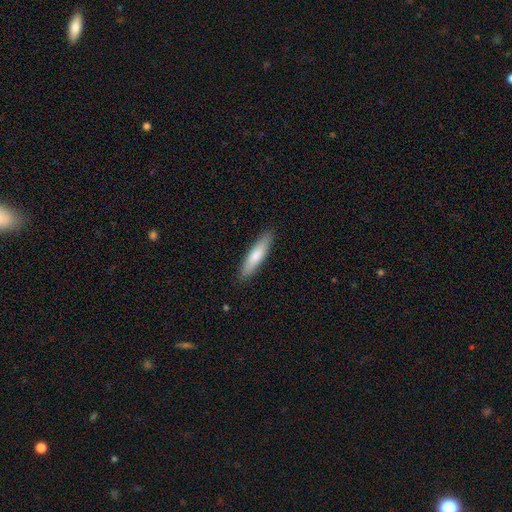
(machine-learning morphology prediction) This is likely a smooth galaxy (75%). How rounded: likely cigar-shaped (79%). Merging: clearly none (88%).